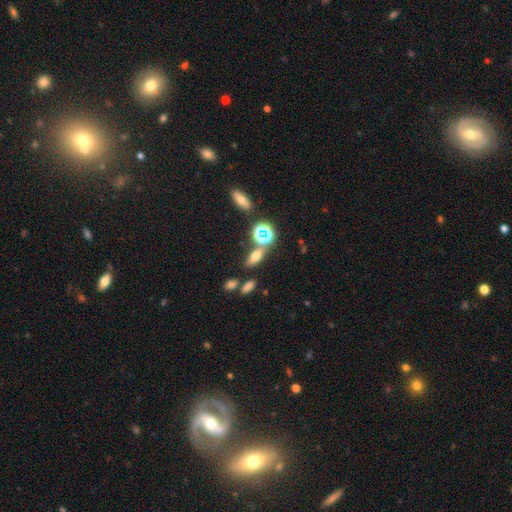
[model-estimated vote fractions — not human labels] Smooth or featured? smooth (57%)
How rounded? in between (67%)
Merging? none (69%)